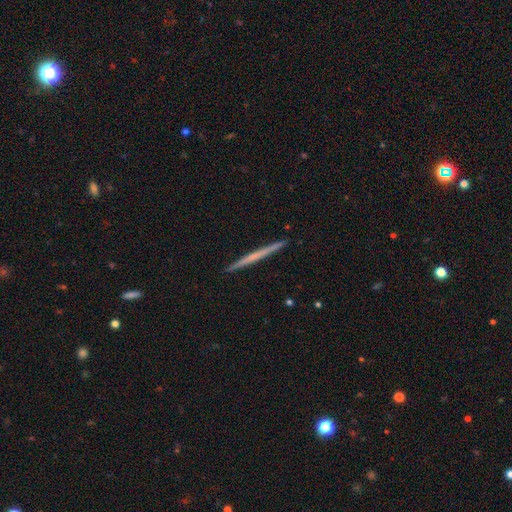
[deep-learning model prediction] smooth_or_featured: featured or disk (p=0.51) [alt: smooth p=0.44]
disk_edge_on: yes (p=0.98) [alt: no p=0.02]
merging: none (p=0.93) [alt: minor disturbance p=0.05]